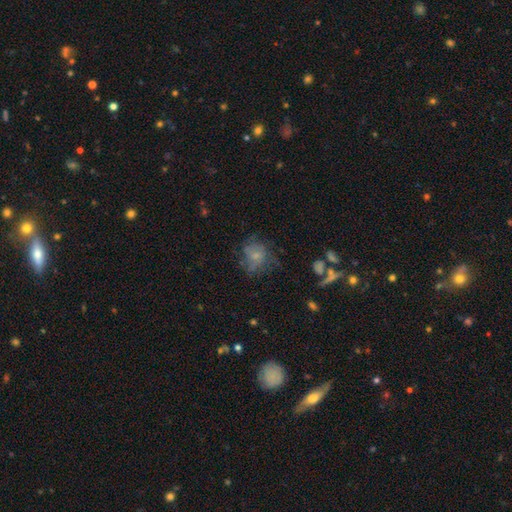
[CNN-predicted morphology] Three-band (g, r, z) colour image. It shows a smooth galaxy with no disk features (56%) that is round (67%). Merging: none (49%).